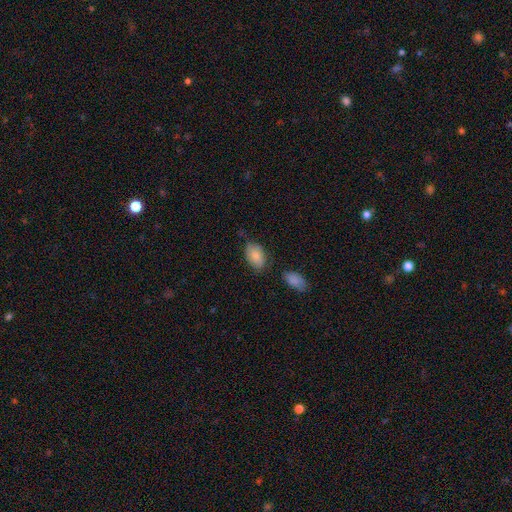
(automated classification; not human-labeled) Overall: smooth (83%). How rounded: in between (91%). Merging: none (66%).